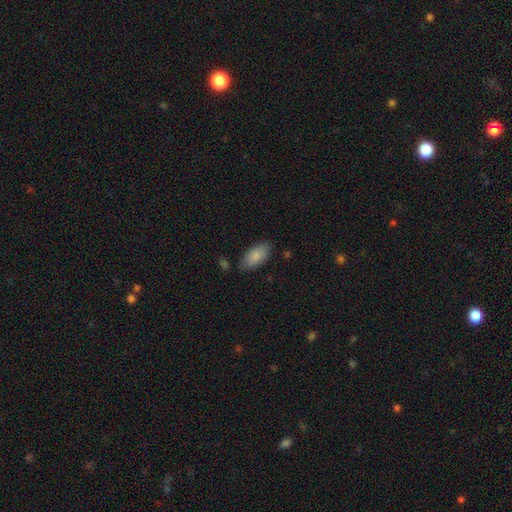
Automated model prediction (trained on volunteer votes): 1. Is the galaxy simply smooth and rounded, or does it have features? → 85% smooth, 8% featured or disk, 6% star or artifact.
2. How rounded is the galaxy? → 92% in between, 6% cigar-shaped, 2% round.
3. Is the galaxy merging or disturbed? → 77% none, 16% minor disturbance, 3% major disturbance, 3% merger.